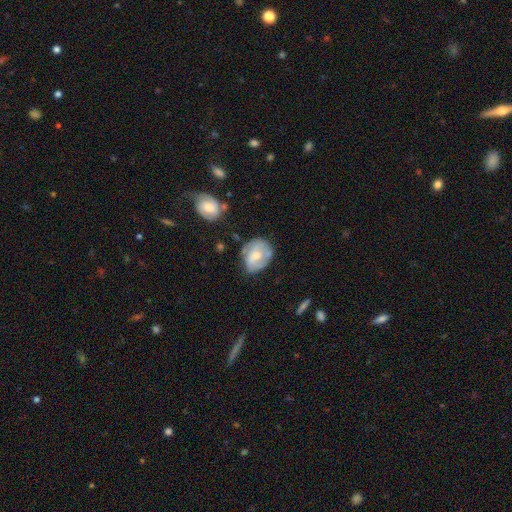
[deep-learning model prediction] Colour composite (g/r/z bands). It shows a featured or disk galaxy (55%) with no bar (66%), spiral arms (68%) and a moderate central bulge (50%). Merging: none (57%).